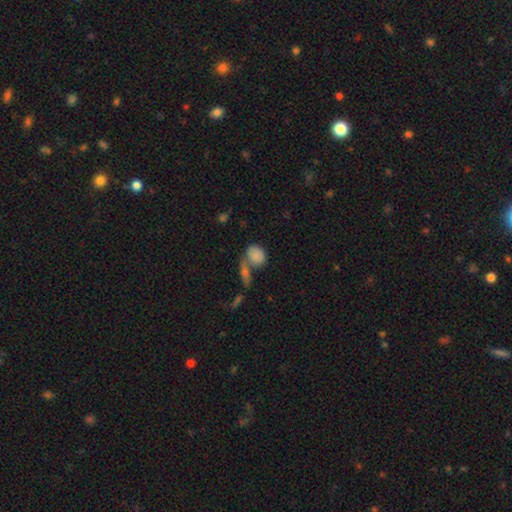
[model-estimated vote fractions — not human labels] The model was most divided on "merging": merger: 46%, none: 34%, minor disturbance: 13%, major disturbance: 8%. More confident: smooth or featured — smooth (78%); how rounded — in between (58%).